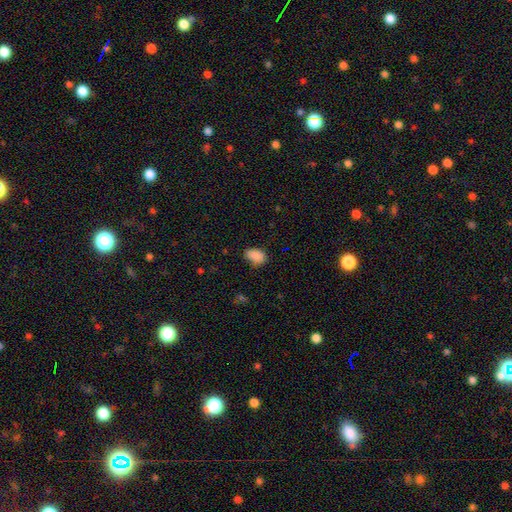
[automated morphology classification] Smooth or featured? smooth (87%)
How rounded? in between (88%)
Merging? none (69%)